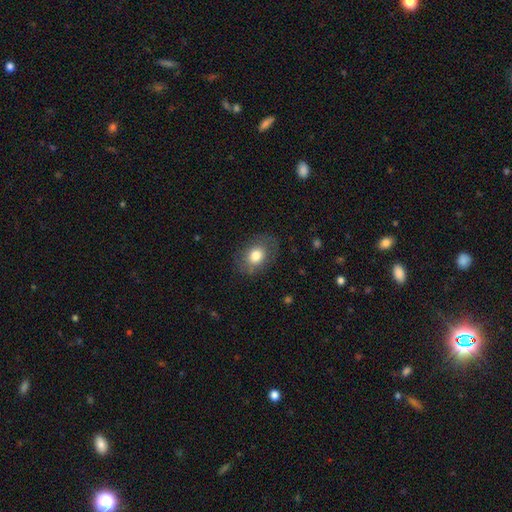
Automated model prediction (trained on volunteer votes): A smooth galaxy with no disk features (74%) that is in between round and cigar-shaped (64%). Merging: none (76%).